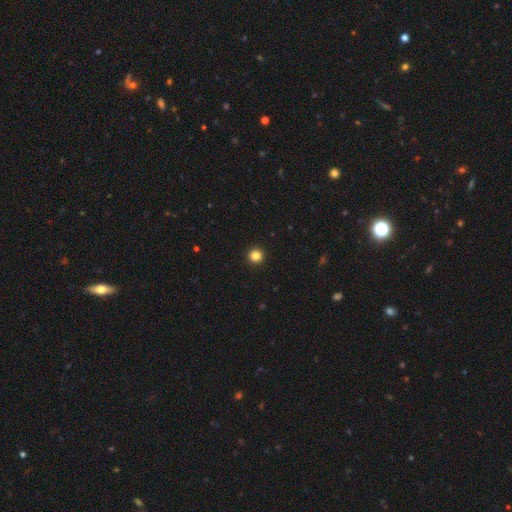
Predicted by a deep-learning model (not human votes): Overall: smooth (85%). How rounded: round (96%). Merging: none (94%).